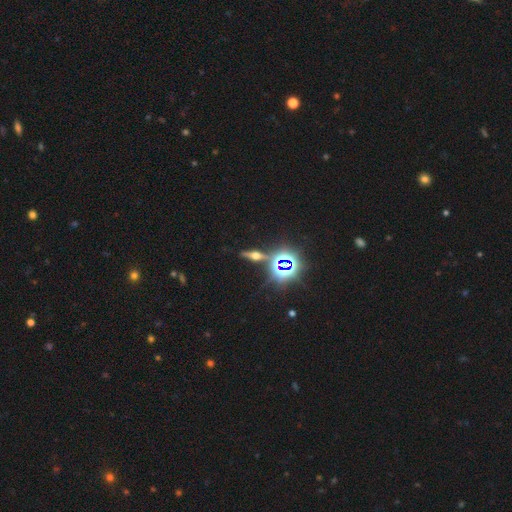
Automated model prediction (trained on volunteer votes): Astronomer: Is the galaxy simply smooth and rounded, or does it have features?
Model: featured or disk — 50% (runner-up: star or artifact, 31%).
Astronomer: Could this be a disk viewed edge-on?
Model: yes — 88%.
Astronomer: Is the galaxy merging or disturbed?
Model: none — 83%.